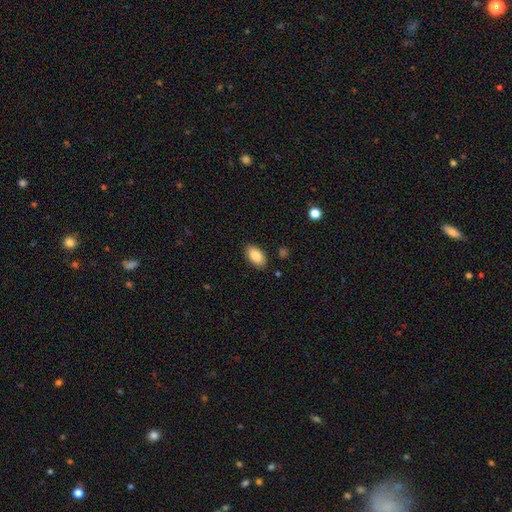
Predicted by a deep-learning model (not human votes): smooth-or-featured: smooth: 87% | star or artifact: 7% | featured or disk: 6%
  how-rounded: in between: 94% | round: 4% | cigar-shaped: 2%
  merging: none: 85% | minor disturbance: 12% | major disturbance: 2% | merger: 1%